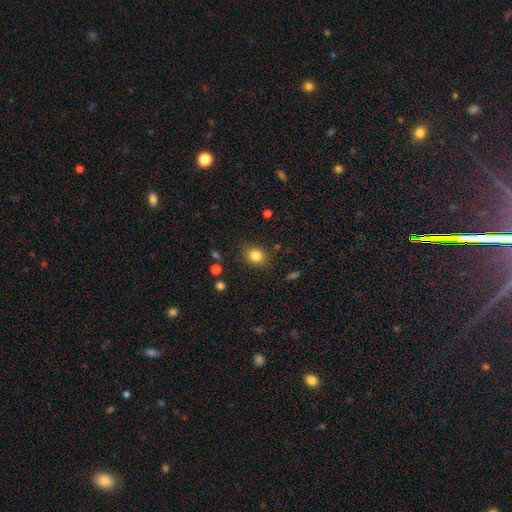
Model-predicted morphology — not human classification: Smooth or featured? Predicted: smooth (p=0.82). How rounded? Predicted: round (p=0.67). Merging? Predicted: none (p=0.84).